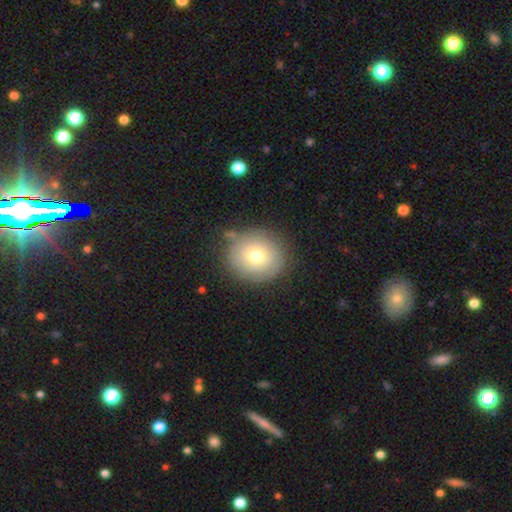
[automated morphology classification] This is likely a smooth galaxy (67%). How rounded: clearly round (85%). Merging: likely none (78%).